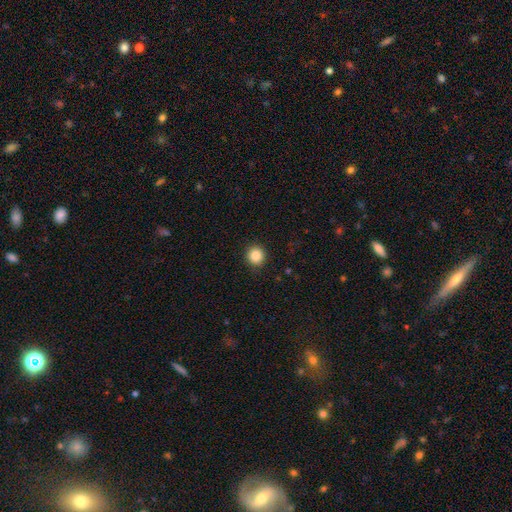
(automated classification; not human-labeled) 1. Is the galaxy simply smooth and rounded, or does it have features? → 87% smooth, 10% star or artifact, 4% featured or disk.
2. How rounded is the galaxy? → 91% round, 8% in between, 1% cigar-shaped.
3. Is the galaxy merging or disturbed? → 91% none, 6% minor disturbance, 2% major disturbance, 1% merger.